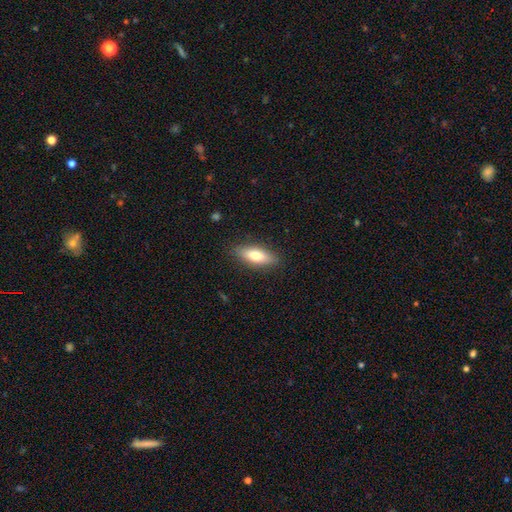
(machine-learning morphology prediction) smooth-or-featured: smooth: 72% | featured or disk: 21% | star or artifact: 7%
  how-rounded: in between: 66% | cigar-shaped: 31% | round: 3%
  merging: none: 87% | minor disturbance: 10% | major disturbance: 2% | merger: 1%